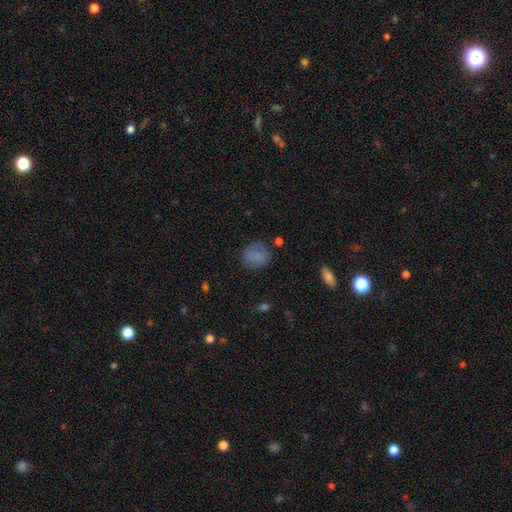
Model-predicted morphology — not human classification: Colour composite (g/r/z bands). It shows a smooth galaxy with no disk features (80%) that is round (81%). Merging: none (76%).